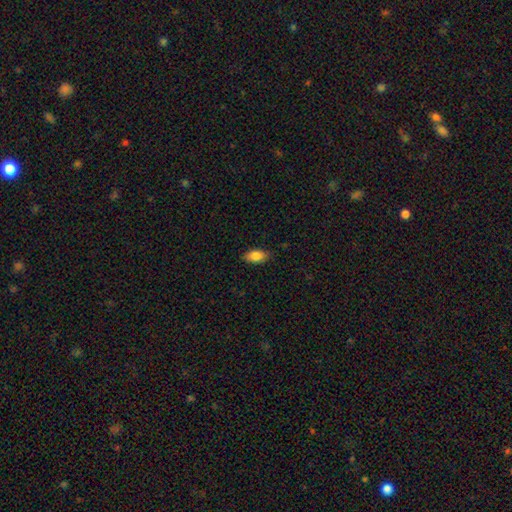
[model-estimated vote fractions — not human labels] A smooth galaxy with no disk features (84%) that is in between round and cigar-shaped (90%).

Vote fractions:
- Smooth or featured? smooth: 84% / featured or disk: 8% / star or artifact: 7%
- How rounded? in between: 90% / round: 5% / cigar-shaped: 4%
- Merging? none: 83% / minor disturbance: 13% / major disturbance: 2% / merger: 1%